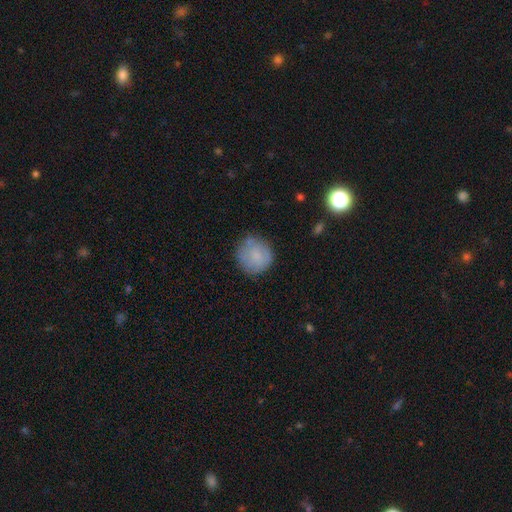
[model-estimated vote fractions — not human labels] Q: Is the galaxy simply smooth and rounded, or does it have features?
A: smooth — 77%.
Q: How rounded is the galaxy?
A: round — 92%.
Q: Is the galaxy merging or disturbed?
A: none — 74%.